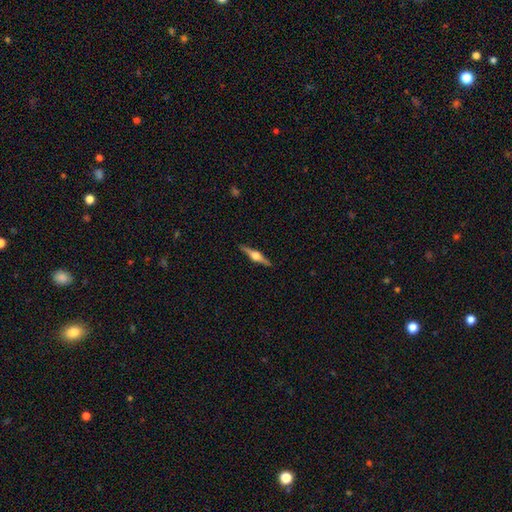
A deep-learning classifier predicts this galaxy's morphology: This appears to be a featured or disk galaxy (81%) viewed edge-on (98%) with a rounded central bulge (94%). Merging: none (90%).